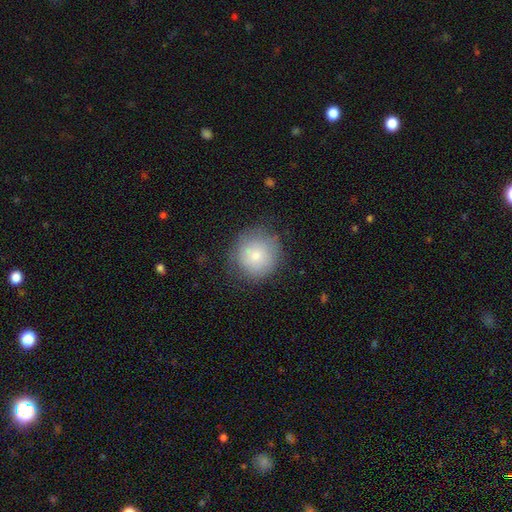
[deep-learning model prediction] smooth-or-featured: smooth: 78% | featured or disk: 13% | star or artifact: 9%
  how-rounded: round: 93% | in between: 6% | cigar-shaped: 1%
  merging: none: 76% | minor disturbance: 18% | major disturbance: 6% | merger: 1%